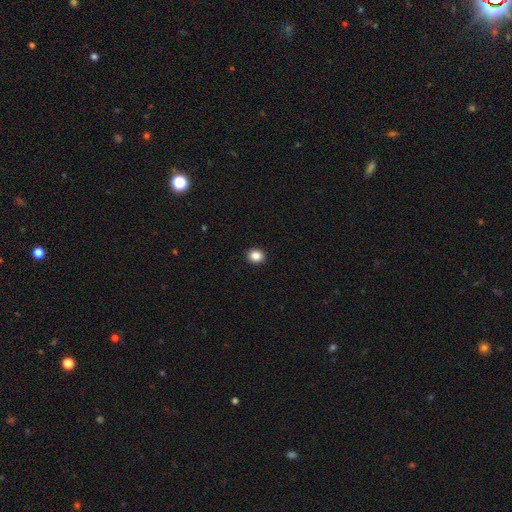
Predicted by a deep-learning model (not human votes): A smooth galaxy with no disk features (86%) that is round (72%). Merging: none (92%).